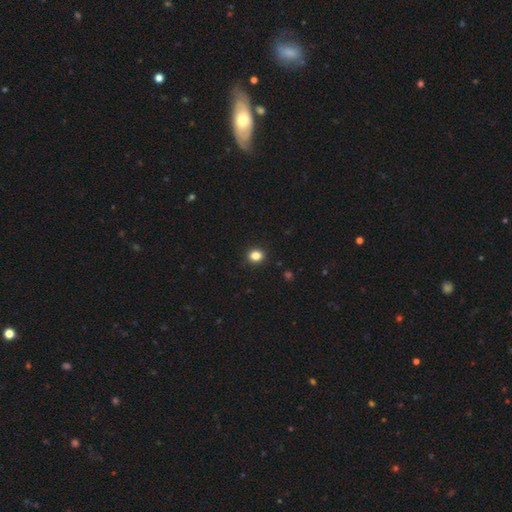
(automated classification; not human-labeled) Q: Smooth or featured?
A: smooth (84%); runner-up: star or artifact (12%)
Q: How rounded?
A: round (75%); runner-up: in between (24%)
Q: Merging?
A: none (92%); runner-up: minor disturbance (6%)